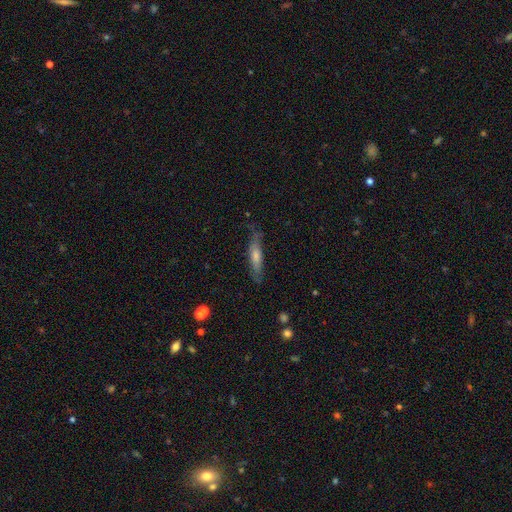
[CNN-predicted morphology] smooth_or_featured: featured or disk (p=0.48) [alt: smooth p=0.43]
merging: none (p=0.75) [alt: minor disturbance p=0.18]